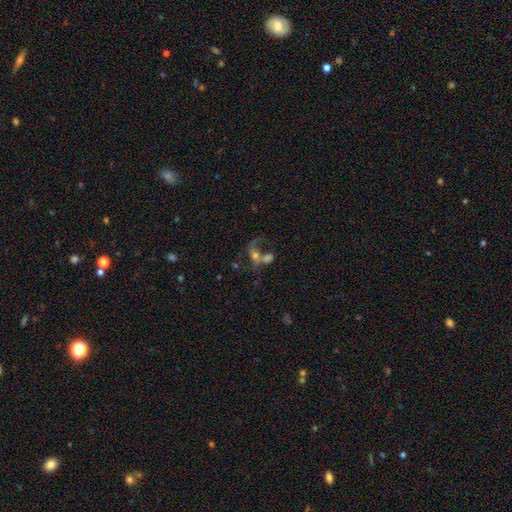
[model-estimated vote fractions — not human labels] Smooth or featured? featured or disk (49%)
Merging? merger (59%)